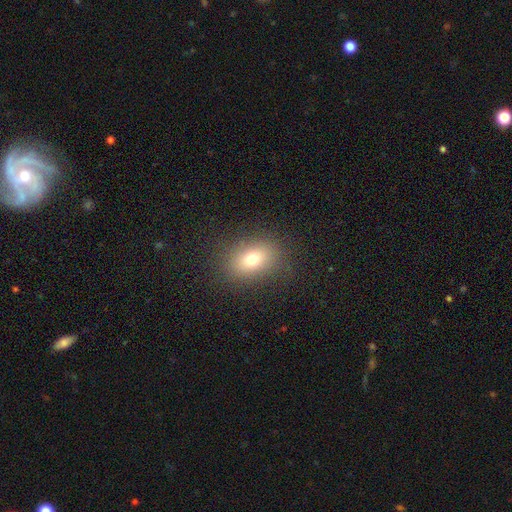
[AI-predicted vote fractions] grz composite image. It shows a smooth galaxy with no disk features (75%) that is in between round and cigar-shaped (71%). Merging: none (86%).